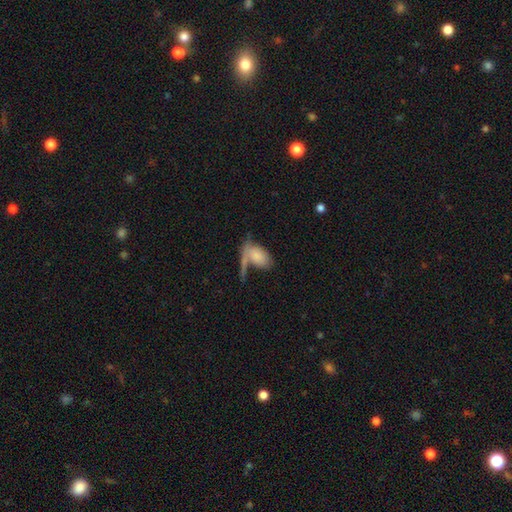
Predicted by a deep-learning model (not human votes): A smooth galaxy with no disk features (72%) that is in between round and cigar-shaped (90%).

Vote fractions:
- Smooth or featured? smooth: 72% / featured or disk: 21% / star or artifact: 7%
- How rounded? in between: 90% / round: 7% / cigar-shaped: 3%
- Merging? none: 35% / merger: 30% / major disturbance: 18% / minor disturbance: 17%